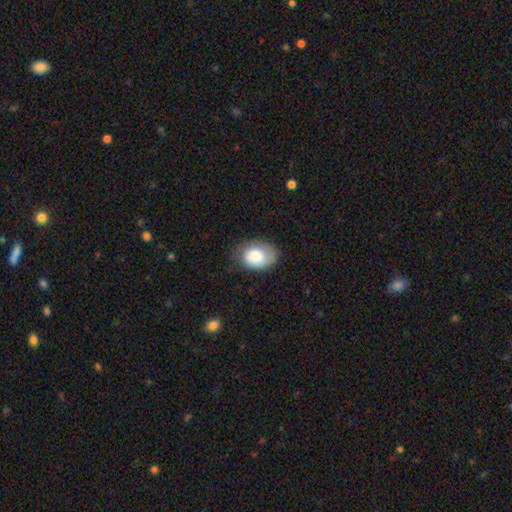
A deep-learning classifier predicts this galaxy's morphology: Smooth or featured? smooth (73%)
How rounded? in between (72%)
Merging? none (63%)